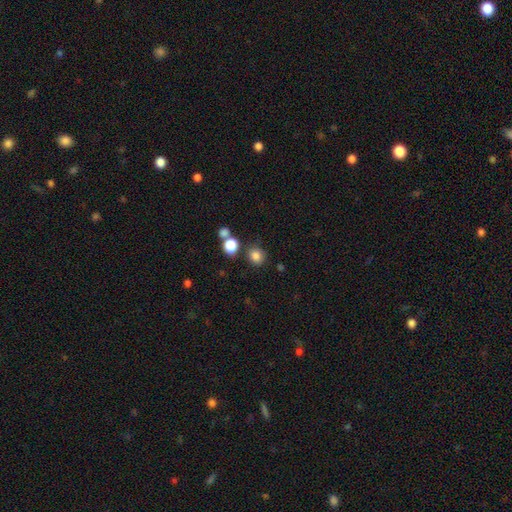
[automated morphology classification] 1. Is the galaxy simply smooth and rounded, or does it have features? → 82% smooth, 13% star or artifact, 5% featured or disk.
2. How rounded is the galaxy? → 82% round, 17% in between, 1% cigar-shaped.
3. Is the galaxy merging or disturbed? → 78% none, 9% minor disturbance, 9% merger, 3% major disturbance.